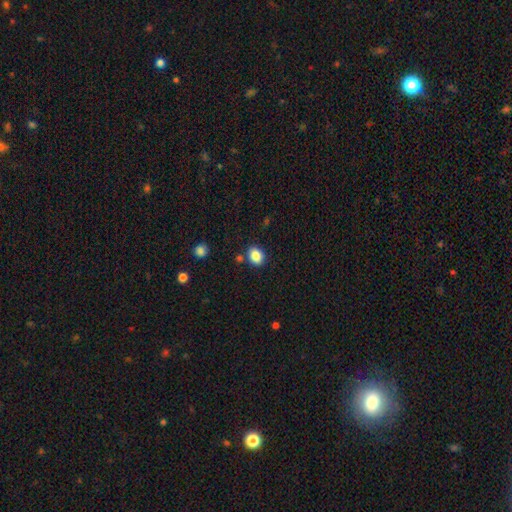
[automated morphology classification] Overall: smooth (85%). How rounded: in between (55%; round 44%). Merging: none (82%).